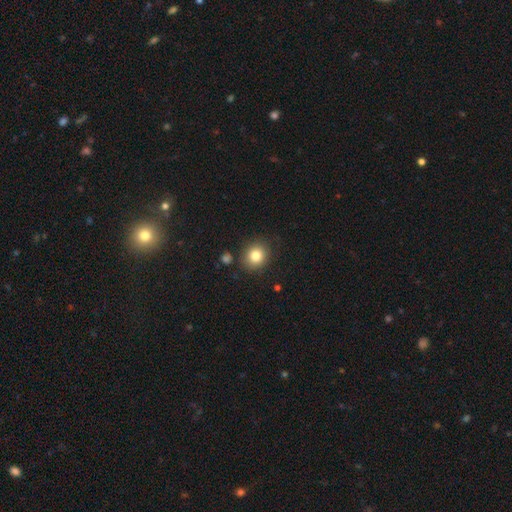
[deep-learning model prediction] smooth 83%, star or artifact 11%, featured or disk 7%. Down the decision tree: how rounded — round (78%); merging — none (86%).